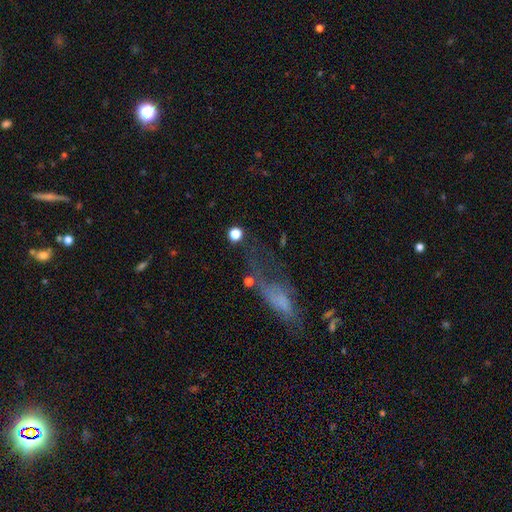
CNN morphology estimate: smooth 37%, featured or disk 35%, star or artifact 29%. Down the decision tree: merging — none (40%).